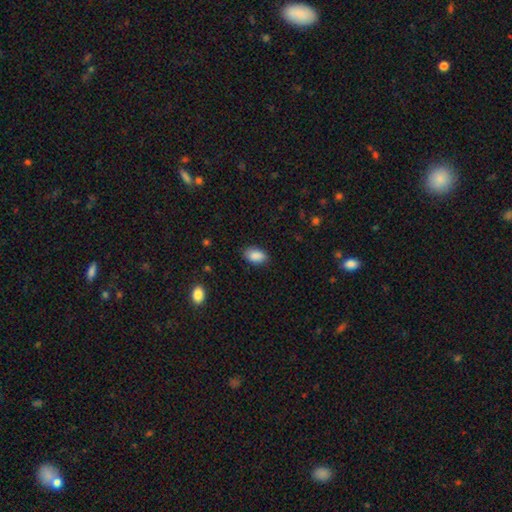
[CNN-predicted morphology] Smooth or featured? Predicted: smooth (p=0.89). How rounded? Predicted: in between (p=0.92). Merging? Predicted: none (p=0.84).